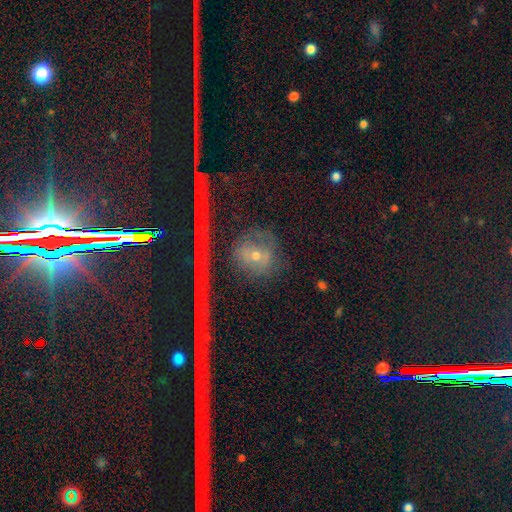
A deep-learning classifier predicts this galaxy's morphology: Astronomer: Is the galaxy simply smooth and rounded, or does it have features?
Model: featured or disk — 41% (runner-up: smooth, 38%).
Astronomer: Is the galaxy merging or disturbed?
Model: none — 65%.